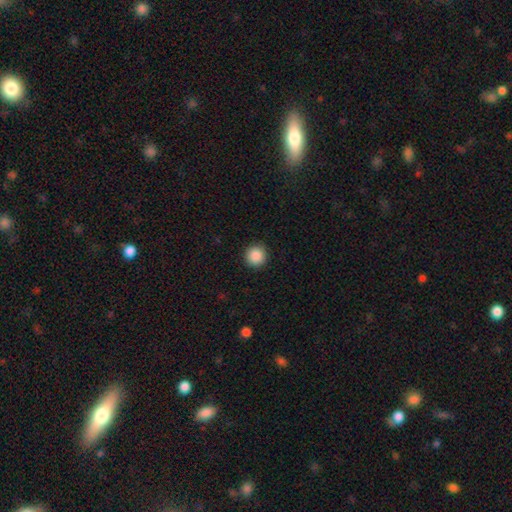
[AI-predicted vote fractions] Q: Smooth or featured?
A: smooth (88%); runner-up: star or artifact (9%)
Q: How rounded?
A: round (95%); runner-up: in between (4%)
Q: Merging?
A: none (92%); runner-up: minor disturbance (5%)